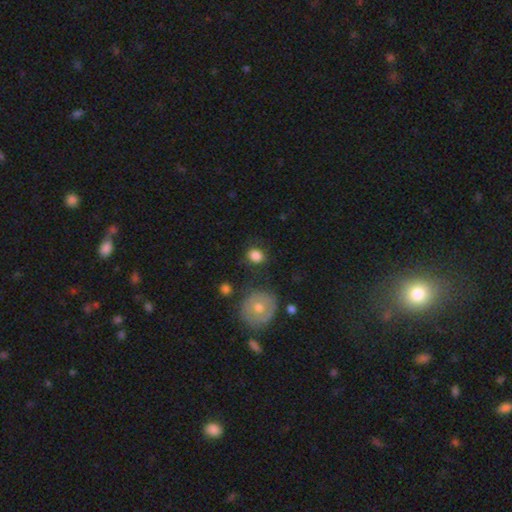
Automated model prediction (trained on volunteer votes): Overall: smooth (83%). How rounded: round (69%; in between 30%). Merging: none (78%).